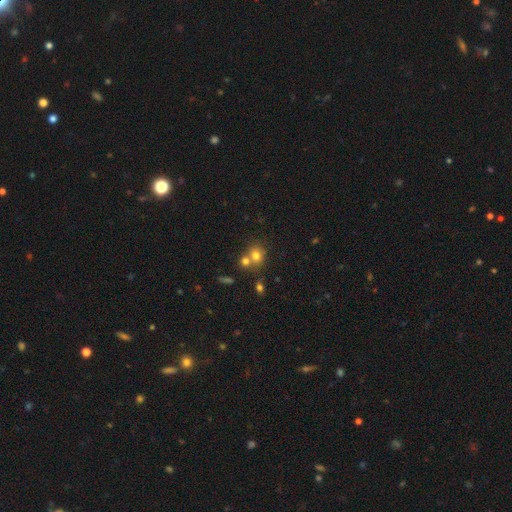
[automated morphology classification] This is likely a smooth galaxy (74%). How rounded: likely round (71%). Merging: possibly none (46%).